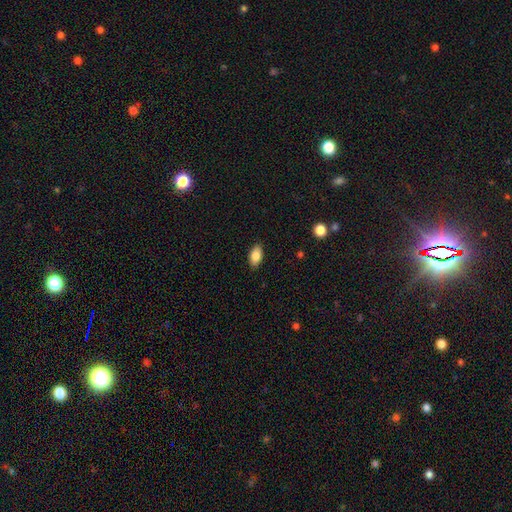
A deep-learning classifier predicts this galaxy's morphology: Smooth or featured?
  - smooth: 84% *
  - featured or disk: 8%
  - star or artifact: 7%
How rounded?
  - in between: 92% *
  - round: 5%
  - cigar-shaped: 3%
Merging?
  - none: 88% *
  - minor disturbance: 9%
  - major disturbance: 2%
  - merger: 1%